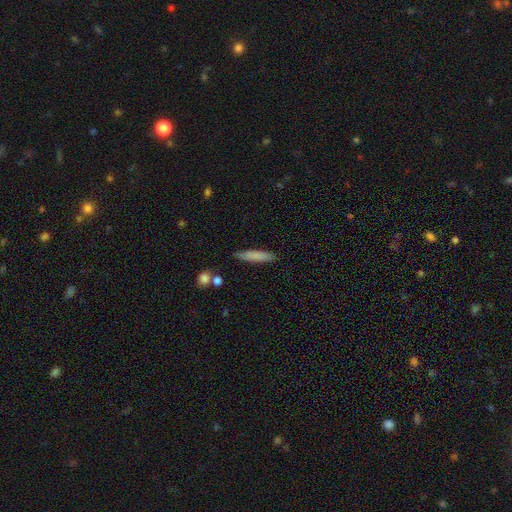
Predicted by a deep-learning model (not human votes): A smooth galaxy with no disk features (79%) that is cigar-shaped (87%).

Vote fractions:
- Smooth or featured? smooth: 79% / featured or disk: 15% / star or artifact: 6%
- How rounded? cigar-shaped: 87% / in between: 12% / round: 1%
- Merging? none: 83% / minor disturbance: 12% / merger: 3% / major disturbance: 2%